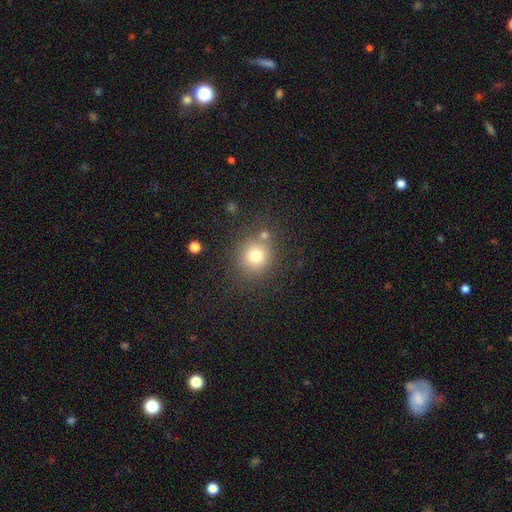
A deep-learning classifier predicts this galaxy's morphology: This appears to be a smooth galaxy with no disk features (76%) that is round (89%). Merging: none (75%).